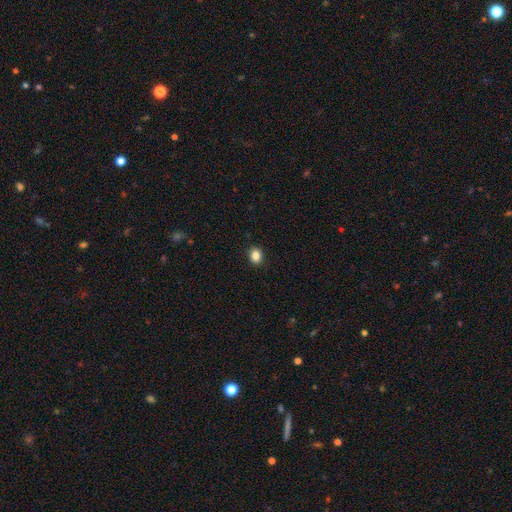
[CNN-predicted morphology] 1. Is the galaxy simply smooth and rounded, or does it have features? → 86% smooth, 10% star or artifact, 4% featured or disk.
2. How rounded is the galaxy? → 50% round, 49% in between, 1% cigar-shaped.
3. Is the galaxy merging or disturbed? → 90% none, 7% minor disturbance, 2% major disturbance, 1% merger.